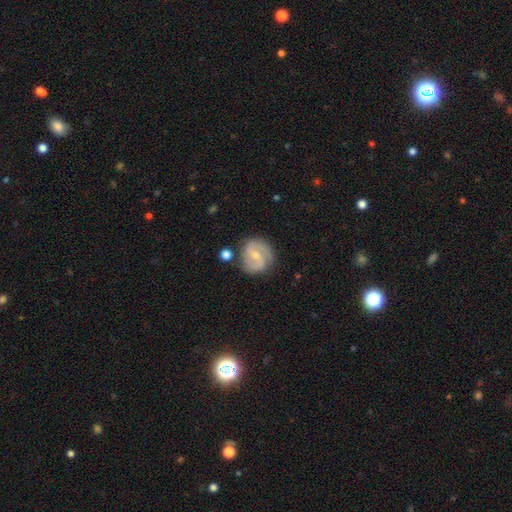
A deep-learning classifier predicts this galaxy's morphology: Smooth or featured?
  - featured or disk: 80% *
  - smooth: 14%
  - star or artifact: 6%
Edge-on disk?
  - no: 98% *
  - yes: 2%
Bar?
  - weak: 53% *
  - no: 30%
  - strong: 17%
Spiral arms?
  - yes: 95% *
  - no: 5%
Spiral winding?
  - medium: 50% *
  - tight: 34%
  - loose: 16%
Spiral arm count?
  - 2: 85% *
  - can't tell: 6%
  - 3: 4%
  - 1: 2%
  - 4: 1%
  - more than 4: 1%
Bulge size?
  - small: 52% *
  - moderate: 43%
  - none: 3%
  - large: 1%
  - dominant: 1%
Merging?
  - none: 77% *
  - minor disturbance: 15%
  - major disturbance: 5%
  - merger: 4%